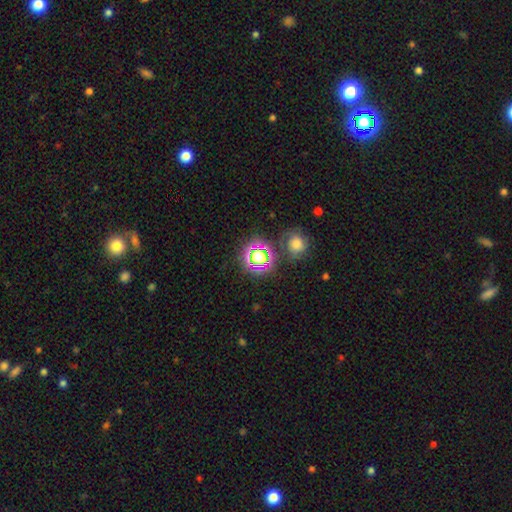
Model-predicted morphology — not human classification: Smooth or featured?
  - star or artifact: 51% *
  - smooth: 37%
  - featured or disk: 12%